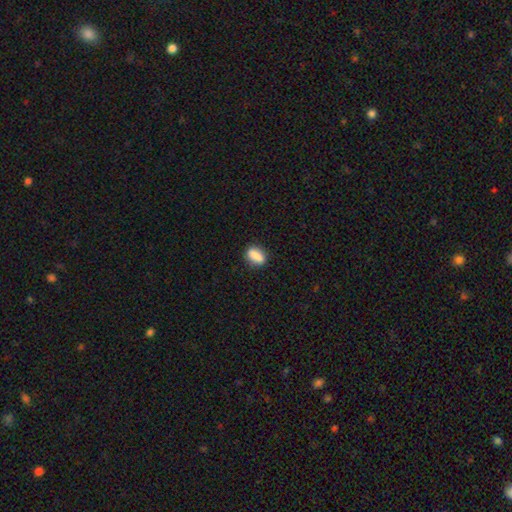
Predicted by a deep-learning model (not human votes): Overall: smooth (84%). How rounded: in between (73%). Merging: none (85%).